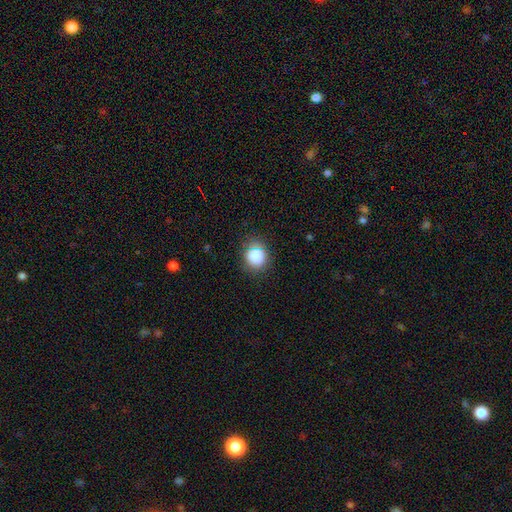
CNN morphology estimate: This appears to be a smooth galaxy with no disk features (86%) that is round (80%). Merging: none (83%).